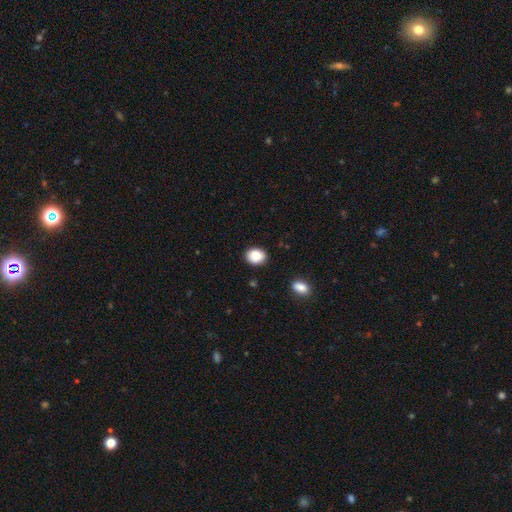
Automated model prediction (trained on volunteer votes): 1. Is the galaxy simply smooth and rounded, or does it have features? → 87% smooth, 8% star or artifact, 5% featured or disk.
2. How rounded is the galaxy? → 57% round, 42% in between, 1% cigar-shaped.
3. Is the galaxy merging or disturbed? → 87% none, 9% minor disturbance, 2% major disturbance, 2% merger.